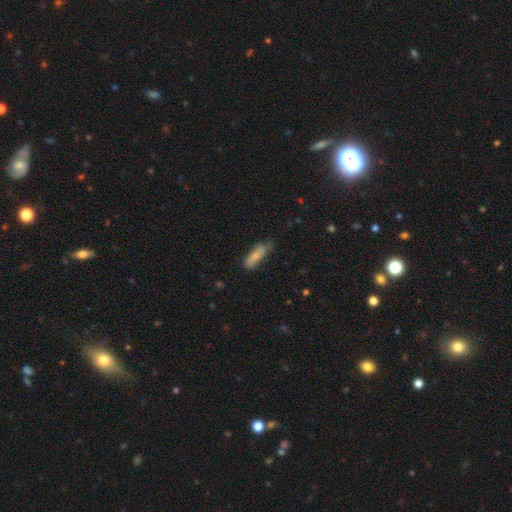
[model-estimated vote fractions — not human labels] A smooth galaxy with no disk features (72%) that is in between round and cigar-shaped (57%). Merging: none (60%).